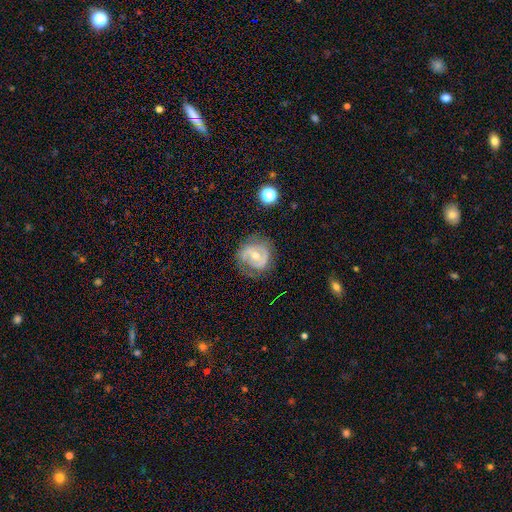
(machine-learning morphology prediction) Overall: featured or disk (72%). Edge-on disk: no (97%). Bar: weak (42%; no 41%). Spiral arms: yes (80%). Spiral arm count: 2 (70%). Spiral winding: medium (42%; tight 41%). Bulge size: moderate (59%; small 37%). Merging: none (64%).